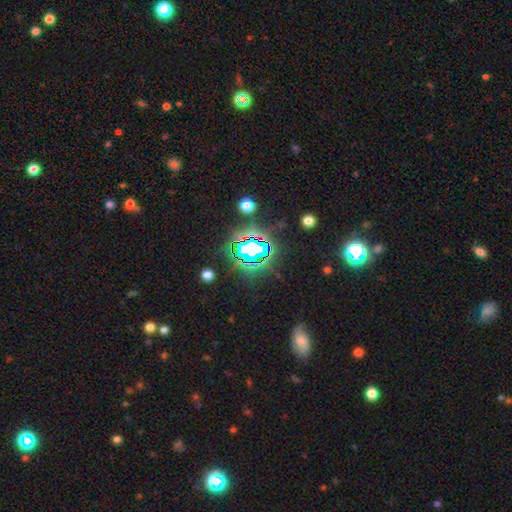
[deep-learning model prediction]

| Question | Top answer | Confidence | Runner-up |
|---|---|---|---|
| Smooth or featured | star or artifact | 77% | smooth (13%) |